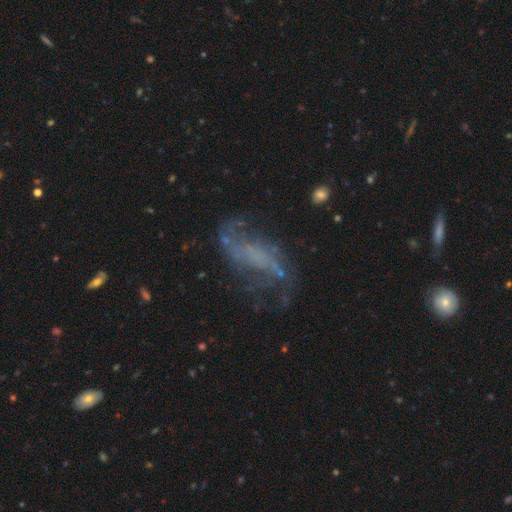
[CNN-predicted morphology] This is likely a featured or disk galaxy (70%). It is clearly not viewed edge-on (93%). Bar: possibly no (51%). Spiral arm pattern: likely yes (76%). Central bulge: likely none (71%). Merging: possibly none (54%).